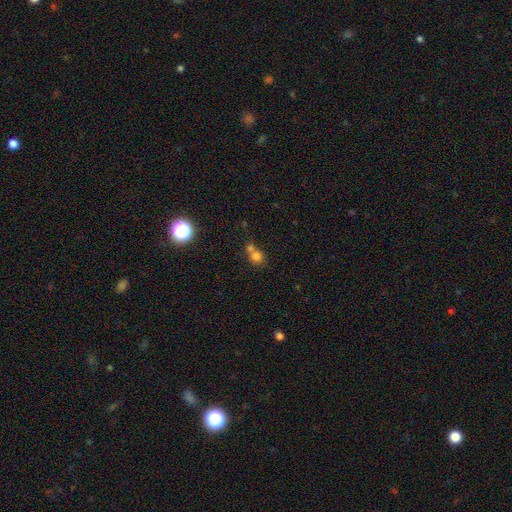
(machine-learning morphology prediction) A smooth galaxy with no disk features (74%) that is round (76%). Merging: merger (54%).